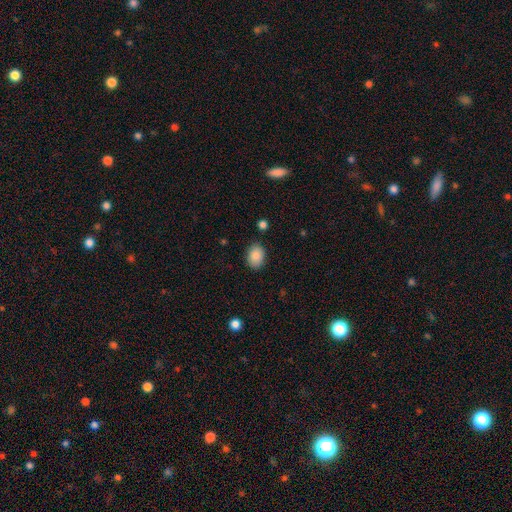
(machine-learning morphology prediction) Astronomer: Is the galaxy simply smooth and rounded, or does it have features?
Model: smooth — 88%.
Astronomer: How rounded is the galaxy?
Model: in between — 76%.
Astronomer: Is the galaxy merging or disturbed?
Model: none — 85%.